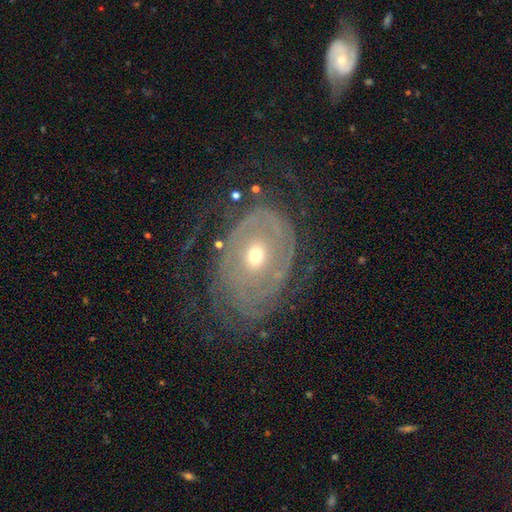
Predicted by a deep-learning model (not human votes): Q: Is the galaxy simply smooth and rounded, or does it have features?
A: featured or disk — 77%.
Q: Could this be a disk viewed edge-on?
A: no — 95%.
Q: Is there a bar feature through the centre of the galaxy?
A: no — 80%.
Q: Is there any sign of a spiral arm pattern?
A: yes — 77%.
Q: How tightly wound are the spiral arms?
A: tight — 66%.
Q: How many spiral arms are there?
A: can't tell — 43%.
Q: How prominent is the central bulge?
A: small — 49%.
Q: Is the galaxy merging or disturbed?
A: none — 59%.